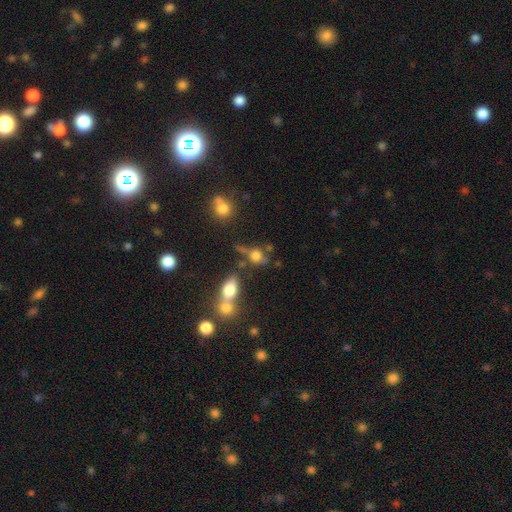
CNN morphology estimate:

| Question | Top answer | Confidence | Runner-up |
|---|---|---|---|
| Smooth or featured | smooth | 62% | featured or disk (22%) |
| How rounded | round | 54% | in between (40%) |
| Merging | none | 48% | merger (24%) |